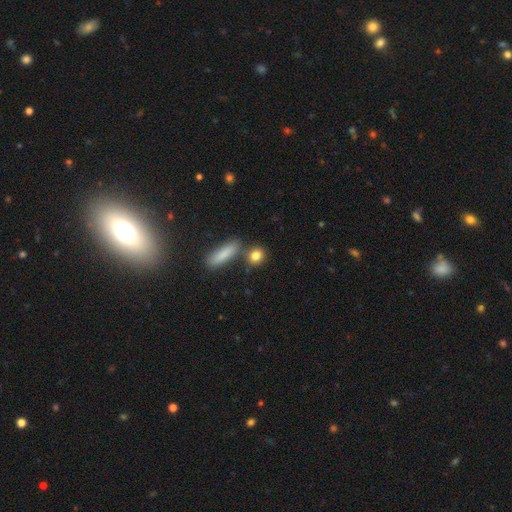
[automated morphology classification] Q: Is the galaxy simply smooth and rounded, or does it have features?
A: smooth — 83%.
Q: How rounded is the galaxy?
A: round — 57%.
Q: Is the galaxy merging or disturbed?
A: none — 70%.